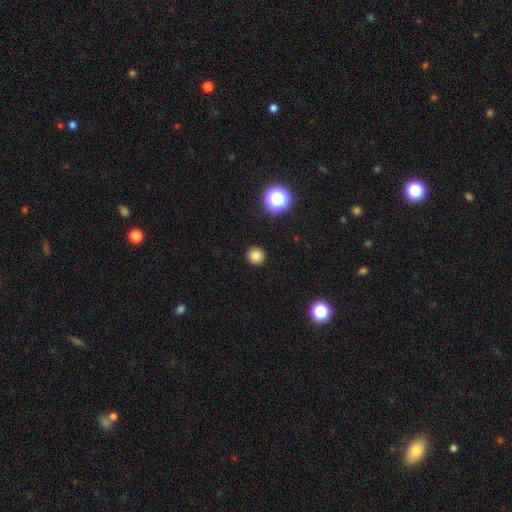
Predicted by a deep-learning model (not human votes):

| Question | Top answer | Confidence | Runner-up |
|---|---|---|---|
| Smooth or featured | smooth | 81% | star or artifact (14%) |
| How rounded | round | 95% | in between (4%) |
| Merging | none | 93% | minor disturbance (5%) |